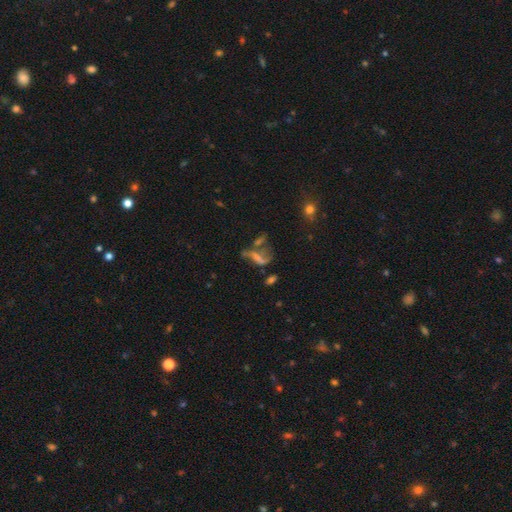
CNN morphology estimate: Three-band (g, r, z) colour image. It shows a featured or disk galaxy (49%). Merging: none (31%).